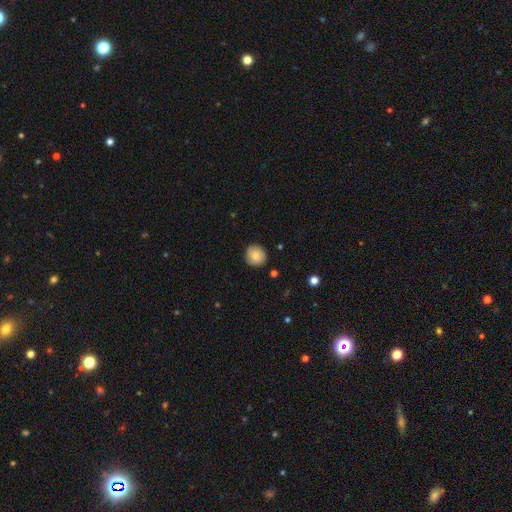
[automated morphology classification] Smooth or featured? Predicted: smooth (p=0.78). How rounded? Predicted: round (p=0.91). Merging? Predicted: none (p=0.86).